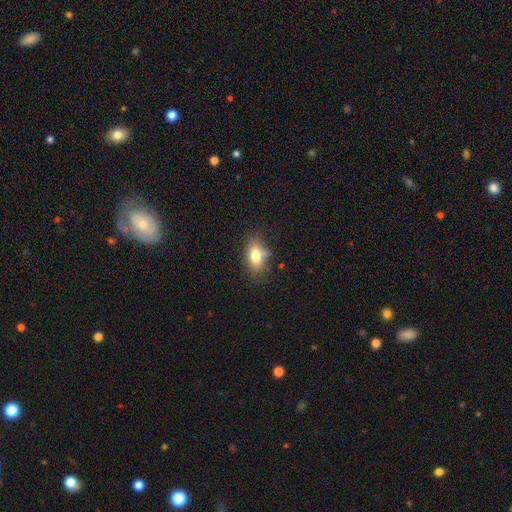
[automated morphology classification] Smooth or featured? Predicted: smooth (p=0.74). How rounded? Predicted: in between (p=0.82). Merging? Predicted: none (p=0.71).